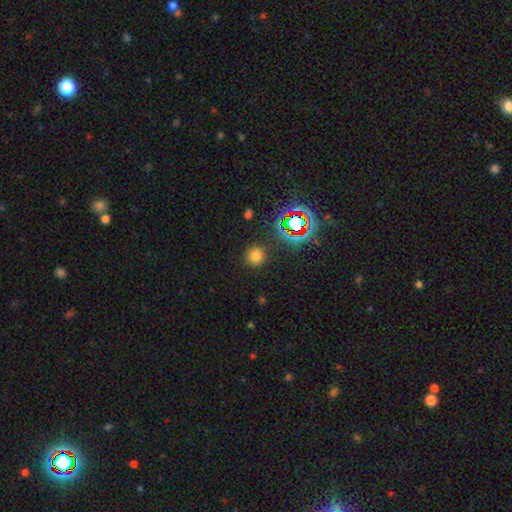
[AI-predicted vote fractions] A smooth galaxy with no disk features (71%) that is round (93%).

Vote fractions:
- Smooth or featured? smooth: 71% / star or artifact: 22% / featured or disk: 6%
- How rounded? round: 93% / in between: 5% / cigar-shaped: 1%
- Merging? none: 89% / minor disturbance: 7% / major disturbance: 3% / merger: 2%